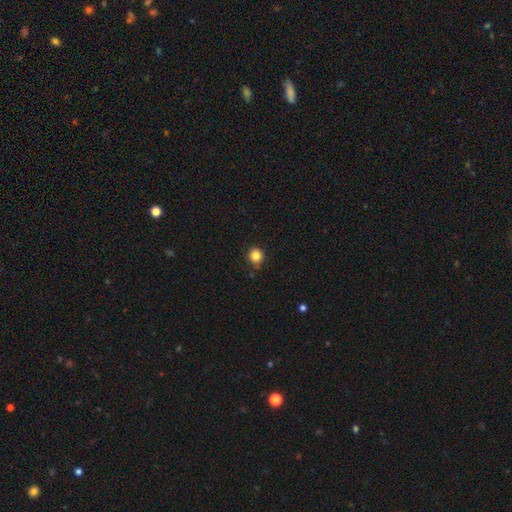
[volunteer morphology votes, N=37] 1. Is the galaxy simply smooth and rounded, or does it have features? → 95% smooth, 5% star or artifact, 0% featured or disk.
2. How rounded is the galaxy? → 91% round, 9% in between, 0% cigar-shaped.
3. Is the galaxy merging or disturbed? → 94% none, 3% minor disturbance, 3% merger, 0% major disturbance.